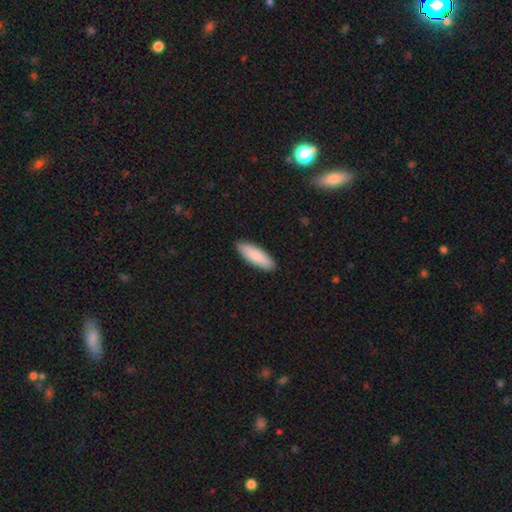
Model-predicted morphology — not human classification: Smooth or featured? smooth (88%)
How rounded? in between (57%)
Merging? none (90%)